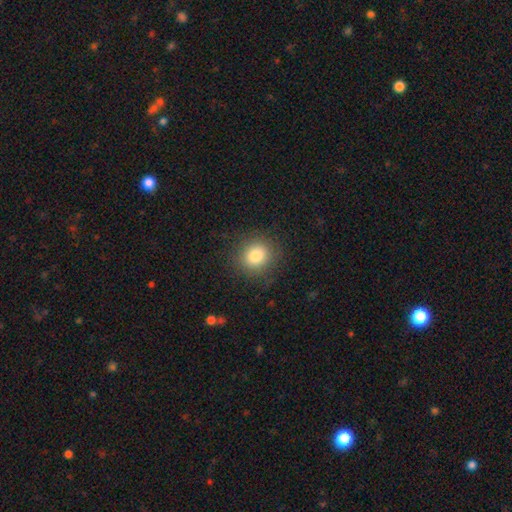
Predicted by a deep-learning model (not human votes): The model was most divided on "how rounded": round: 82%, in between: 17%, cigar-shaped: 1%. More confident: merging — none (87%); smooth or featured — smooth (82%).